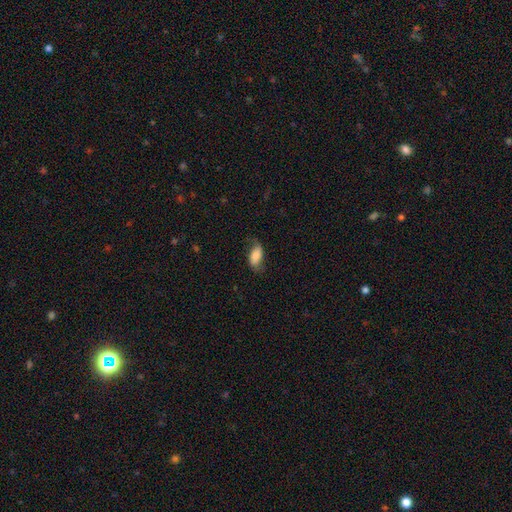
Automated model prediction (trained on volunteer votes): Smooth or featured: smooth — 65% (featured or disk — 27%)
How rounded: in between — 91% (cigar-shaped — 5%)
Merging: none — 60% (minor disturbance — 26%)